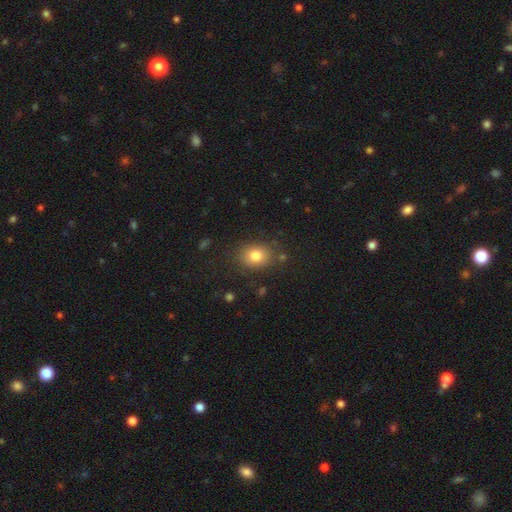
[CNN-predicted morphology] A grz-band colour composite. It shows a smooth galaxy with no disk features (80%) that is in between round and cigar-shaped (54%). Merging: none (82%).